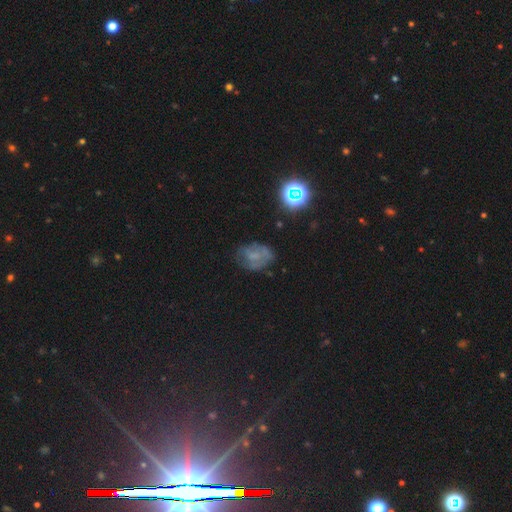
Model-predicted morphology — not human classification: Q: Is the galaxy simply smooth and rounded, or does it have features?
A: featured or disk — 41%.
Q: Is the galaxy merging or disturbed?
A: none — 55%.